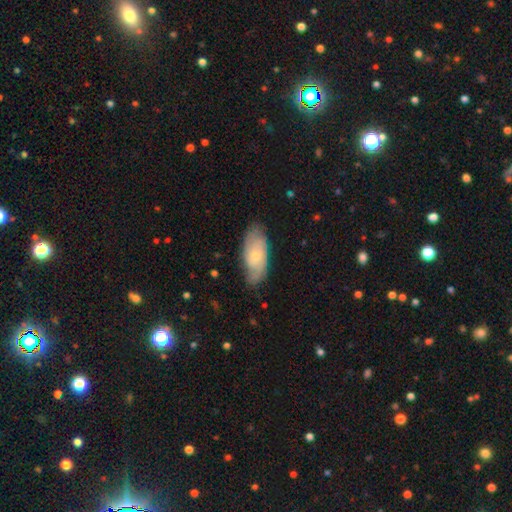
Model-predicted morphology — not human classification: A featured or disk galaxy (48%).

Vote fractions:
- Smooth or featured? featured or disk: 48% / smooth: 47% / star or artifact: 6%
- Merging? none: 75% / minor disturbance: 20% / major disturbance: 4% / merger: 1%